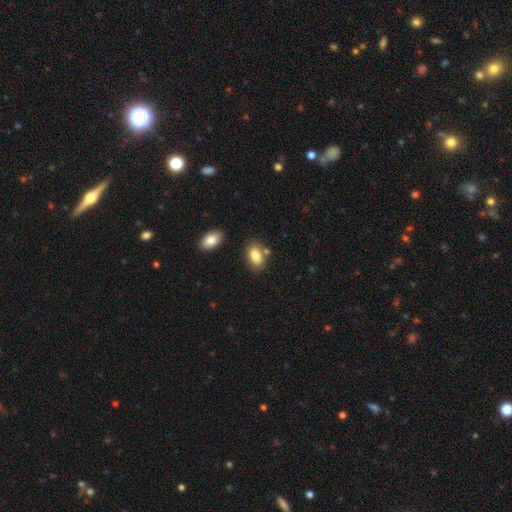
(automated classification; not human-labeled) Smooth or featured?
  - smooth: 82% *
  - featured or disk: 10%
  - star or artifact: 8%
How rounded?
  - in between: 89% *
  - round: 9%
  - cigar-shaped: 2%
Merging?
  - none: 72% *
  - minor disturbance: 13%
  - merger: 12%
  - major disturbance: 3%